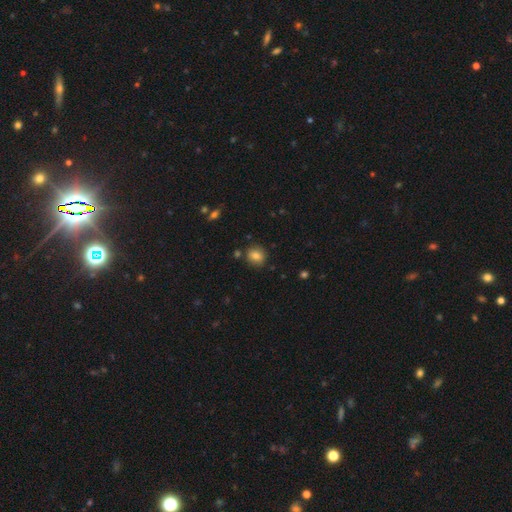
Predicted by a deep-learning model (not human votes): smooth 81%, star or artifact 11%, featured or disk 8%. Down the decision tree: how rounded — round (77%); merging — none (84%).